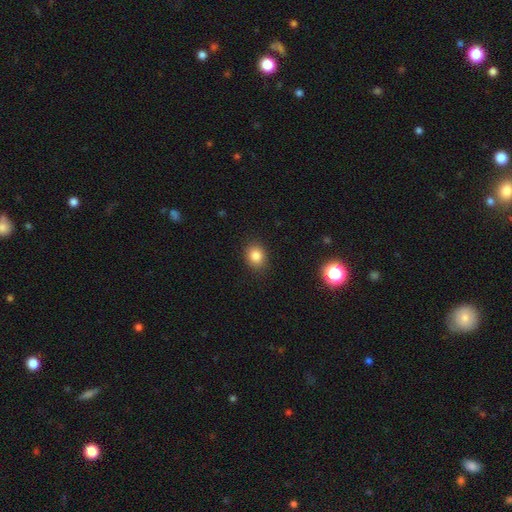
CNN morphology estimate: Smooth or featured: smooth — 84% (star or artifact — 11%)
How rounded: round — 62% (in between — 37%)
Merging: none — 88% (minor disturbance — 9%)